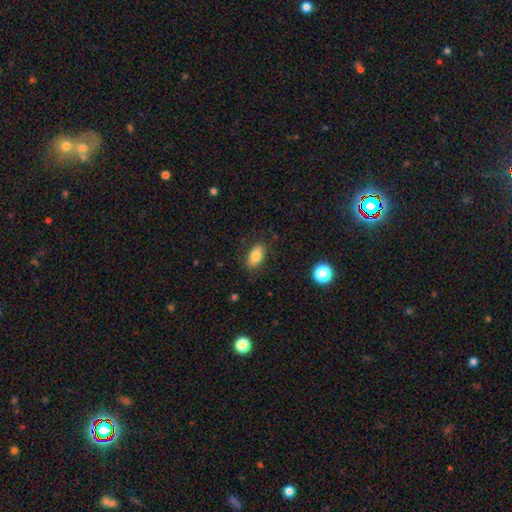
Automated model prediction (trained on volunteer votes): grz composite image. It shows a smooth galaxy with no disk features (79%) that is in between round and cigar-shaped (89%). Merging: none (82%).